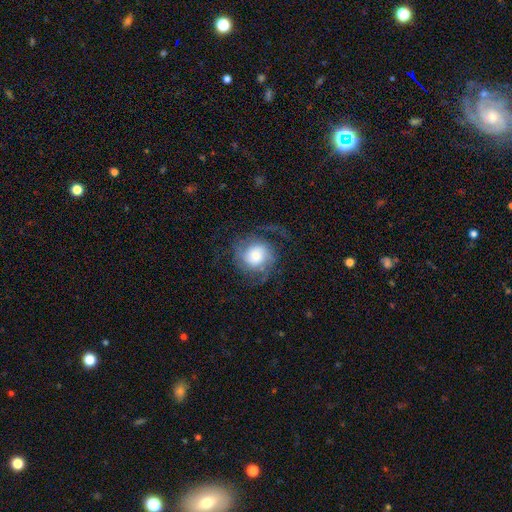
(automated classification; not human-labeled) smooth_or_featured: featured or disk (p=0.67) [alt: smooth p=0.24]
disk_edge_on: no (p=0.98) [alt: yes p=0.02]
bar: no (p=0.72) [alt: weak p=0.23]
has_spiral_arms: yes (p=0.92) [alt: no p=0.08]
spiral_winding: medium (p=0.44) [alt: loose p=0.30]
spiral_arm_count: 2 (p=0.57) [alt: can't tell p=0.16]
bulge_size: large (p=0.38) [alt: moderate p=0.29]
merging: none (p=0.60) [alt: major disturbance p=0.23]